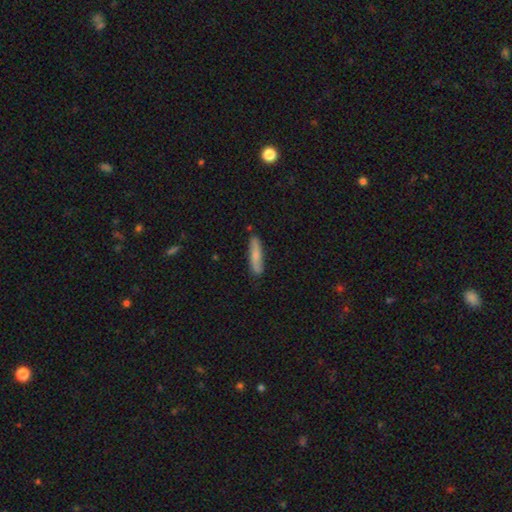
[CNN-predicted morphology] smooth 71%, featured or disk 23%, star or artifact 6%. Down the decision tree: how rounded — cigar-shaped (79%); merging — none (80%).